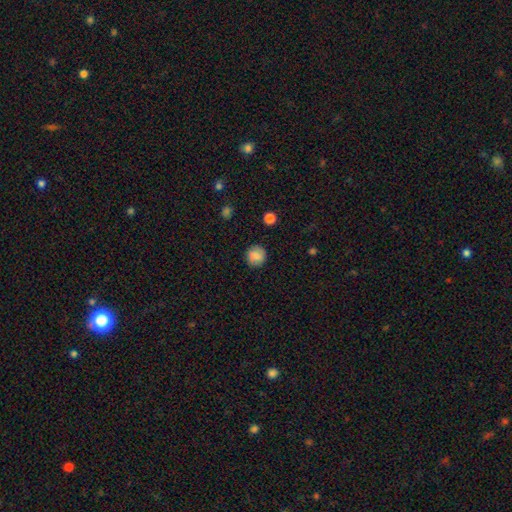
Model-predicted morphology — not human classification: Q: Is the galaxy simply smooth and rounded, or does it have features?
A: smooth — 82%.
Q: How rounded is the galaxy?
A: round — 90%.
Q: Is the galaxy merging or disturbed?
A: none — 87%.